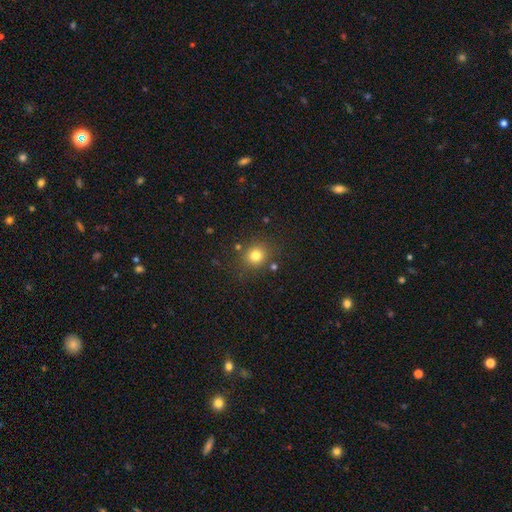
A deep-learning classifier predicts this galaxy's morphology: Smooth or featured: smooth — 78% (star or artifact — 14%)
How rounded: round — 83% (in between — 16%)
Merging: none — 82% (minor disturbance — 10%)